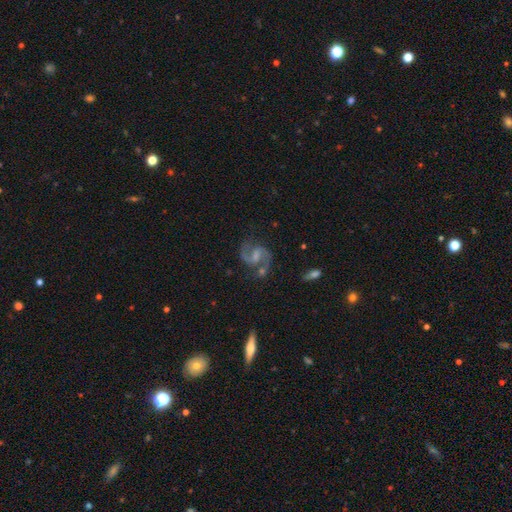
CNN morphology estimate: Smooth or featured? featured or disk (89%)
Edge-on disk? no (98%)
Bar? weak (55%)
Spiral arms? yes (97%)
Spiral winding? medium (58%)
Spiral arm count? 2 (93%)
Bulge size? none (35%)
Merging? none (70%)